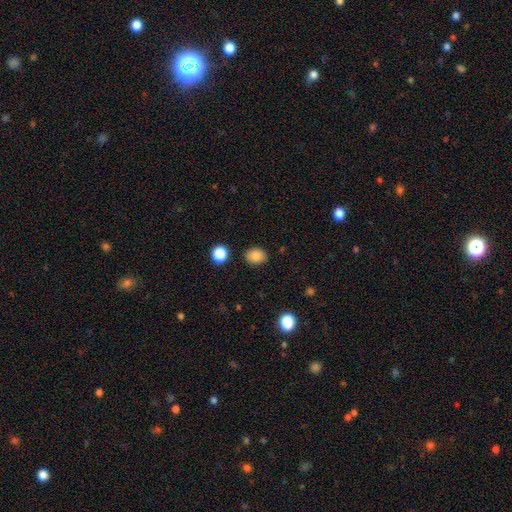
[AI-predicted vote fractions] smooth-or-featured: smooth: 86% | star or artifact: 10% | featured or disk: 5%
  how-rounded: in between: 53% | round: 46% | cigar-shaped: 1%
  merging: none: 86% | minor disturbance: 10% | major disturbance: 2% | merger: 2%